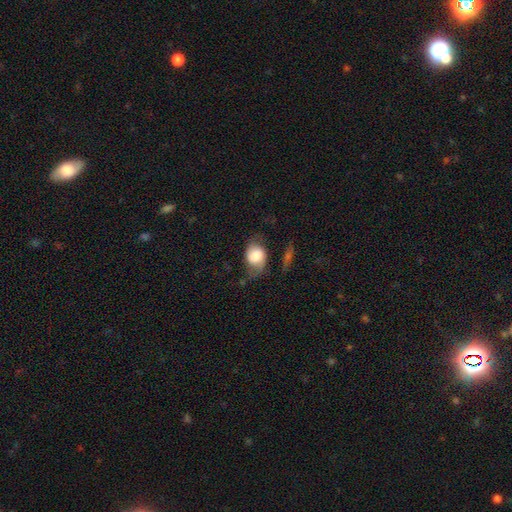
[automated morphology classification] A smooth galaxy with no disk features (61%) that is in between round and cigar-shaped (68%).

Vote fractions:
- Smooth or featured? smooth: 61% / featured or disk: 31% / star or artifact: 8%
- How rounded? in between: 68% / round: 31% / cigar-shaped: 1%
- Merging? none: 44% / minor disturbance: 32% / major disturbance: 20% / merger: 3%